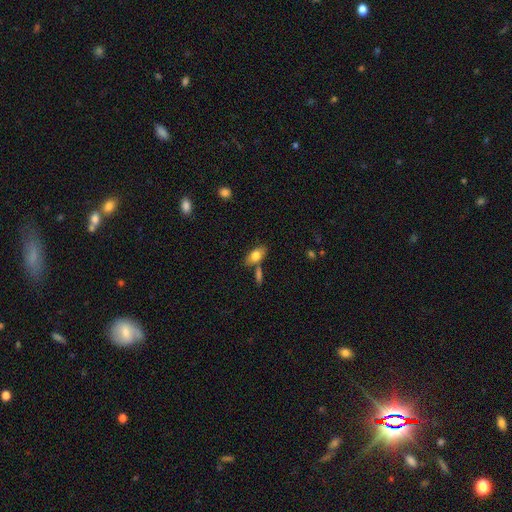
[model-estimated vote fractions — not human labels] This is likely a smooth galaxy (76%). How rounded: clearly in between (87%). Merging: likely none (64%).